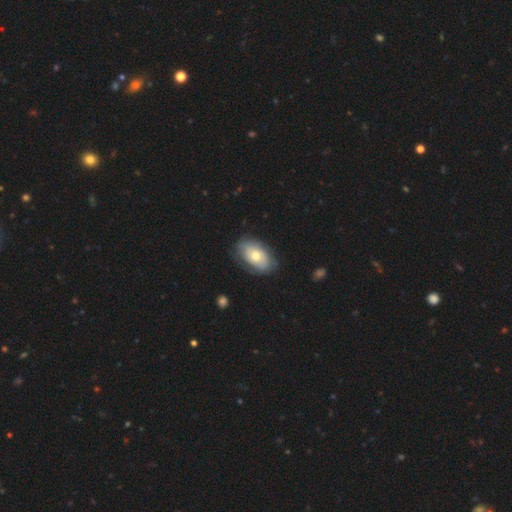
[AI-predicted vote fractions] Q: Smooth or featured?
A: smooth (55%); runner-up: featured or disk (39%)
Q: How rounded?
A: in between (91%); runner-up: round (8%)
Q: Merging?
A: none (73%); runner-up: minor disturbance (20%)